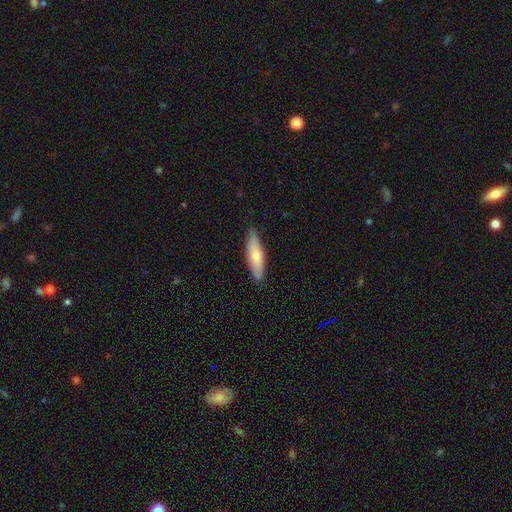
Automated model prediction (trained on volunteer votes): Morphology: type=smooth (70%); roundness=cigar-shaped (61%); merging=none (84%).